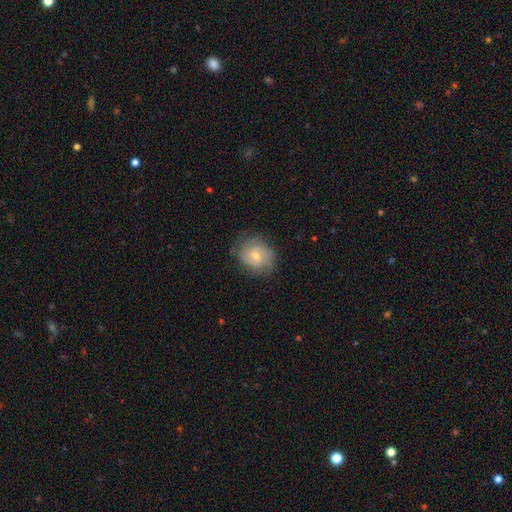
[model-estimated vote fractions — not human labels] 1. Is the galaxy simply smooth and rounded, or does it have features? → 57% featured or disk, 33% smooth, 10% star or artifact.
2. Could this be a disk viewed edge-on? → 97% no, 3% yes.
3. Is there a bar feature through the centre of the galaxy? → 67% no, 29% weak, 5% strong.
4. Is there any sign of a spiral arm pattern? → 84% yes, 16% no.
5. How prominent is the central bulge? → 50% small, 45% moderate, 2% large, 2% none, 1% dominant.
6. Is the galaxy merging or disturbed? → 75% none, 18% minor disturbance, 6% major disturbance, 1% merger.